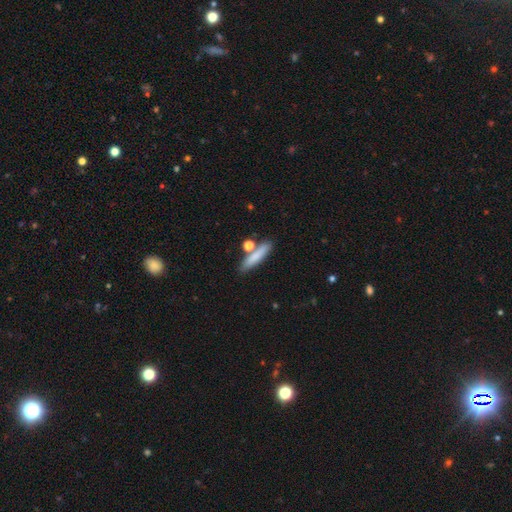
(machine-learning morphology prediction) The model was most divided on "how rounded": cigar-shaped: 76%, in between: 19%, round: 5%. More confident: smooth or featured — smooth (79%); merging — none (72%).